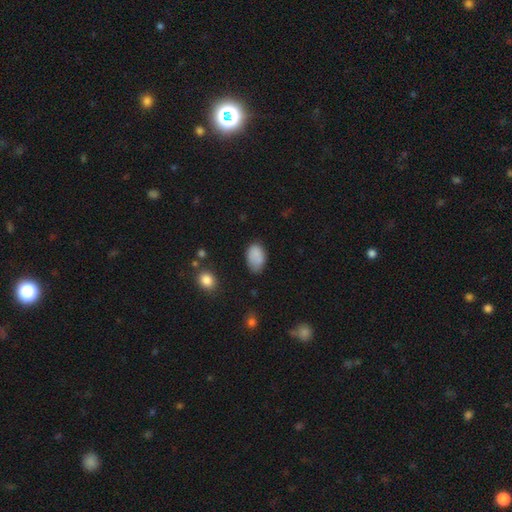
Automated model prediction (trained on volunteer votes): Morphology: type=smooth (84%); roundness=in between (90%); merging=none (65%).